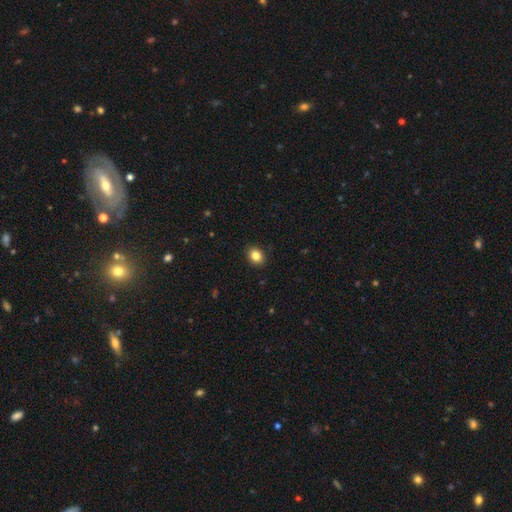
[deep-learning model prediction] A smooth galaxy with no disk features (85%) that is in between round and cigar-shaped (54%).

Vote fractions:
- Smooth or featured? smooth: 85% / star or artifact: 10% / featured or disk: 6%
- How rounded? in between: 54% / round: 45% / cigar-shaped: 1%
- Merging? none: 90% / minor disturbance: 8% / major disturbance: 2% / merger: 1%